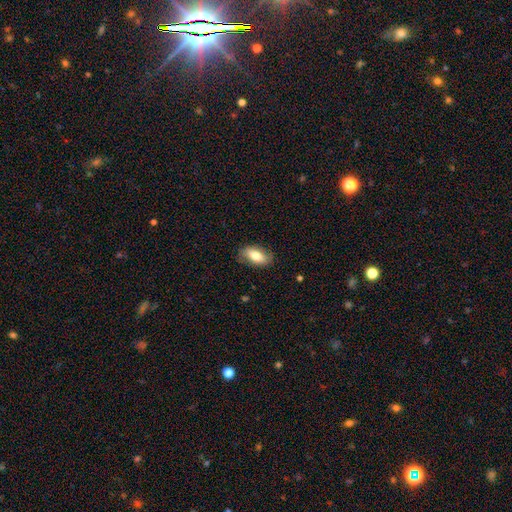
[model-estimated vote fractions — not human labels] smooth-or-featured: smooth: 75% | featured or disk: 18% | star or artifact: 6%
  how-rounded: in between: 91% | cigar-shaped: 5% | round: 4%
  merging: none: 80% | minor disturbance: 16% | major disturbance: 4% | merger: 1%